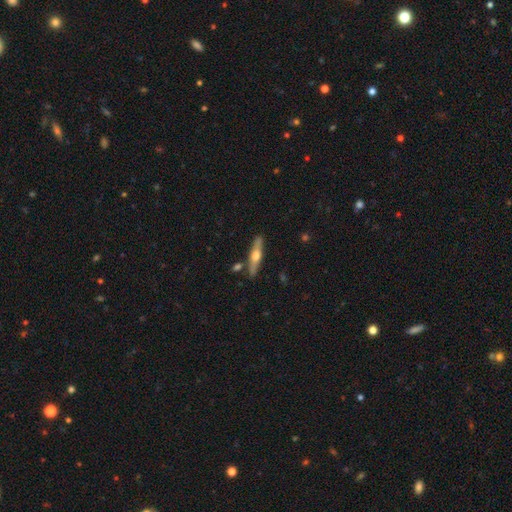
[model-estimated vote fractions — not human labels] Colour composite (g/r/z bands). It shows a featured or disk galaxy (60%) viewed edge-on (94%) with a rounded central bulge (93%). Merging: none (84%).